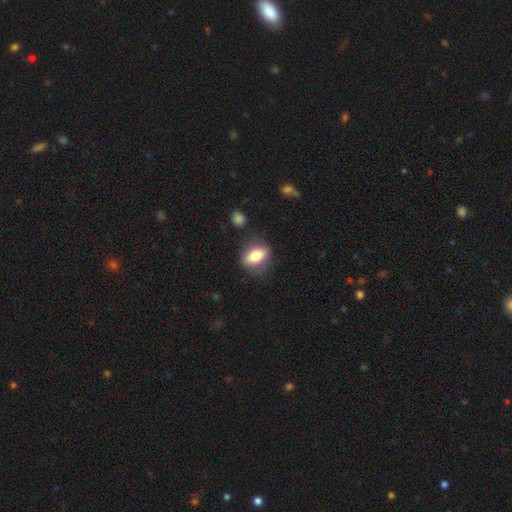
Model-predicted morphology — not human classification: Smooth or featured?
  - smooth: 76% *
  - featured or disk: 17%
  - star or artifact: 7%
How rounded?
  - in between: 78% *
  - round: 17%
  - cigar-shaped: 5%
Merging?
  - none: 75% *
  - minor disturbance: 16%
  - major disturbance: 6%
  - merger: 3%